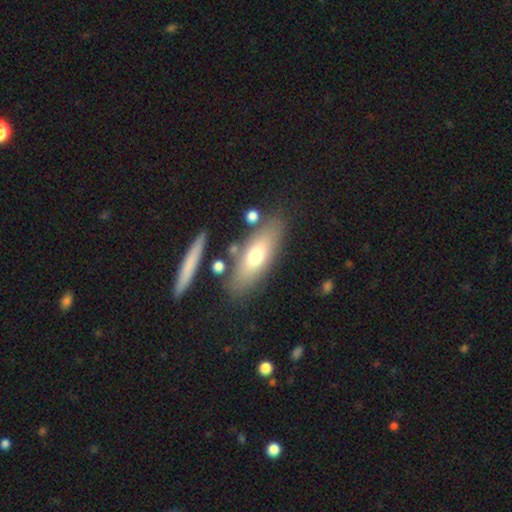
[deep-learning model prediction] Overall: smooth (64%; featured or disk 29%). How rounded: in between (63%; cigar-shaped 34%). Merging: none (76%).